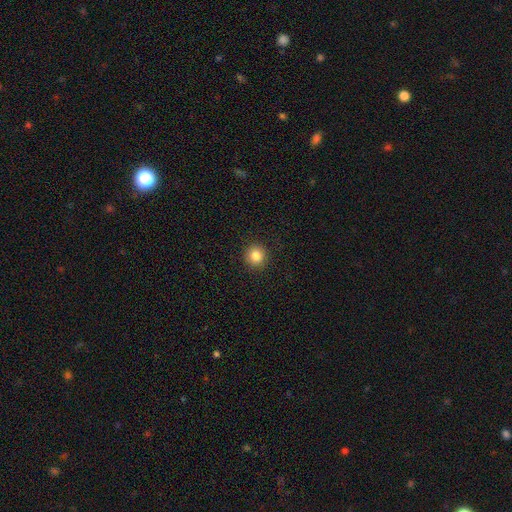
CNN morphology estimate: A smooth galaxy with no disk features (83%) that is round (93%).

Vote fractions:
- Smooth or featured? smooth: 83% / star or artifact: 11% / featured or disk: 6%
- How rounded? round: 93% / in between: 6% / cigar-shaped: 1%
- Merging? none: 92% / minor disturbance: 5% / major disturbance: 2% / merger: 1%